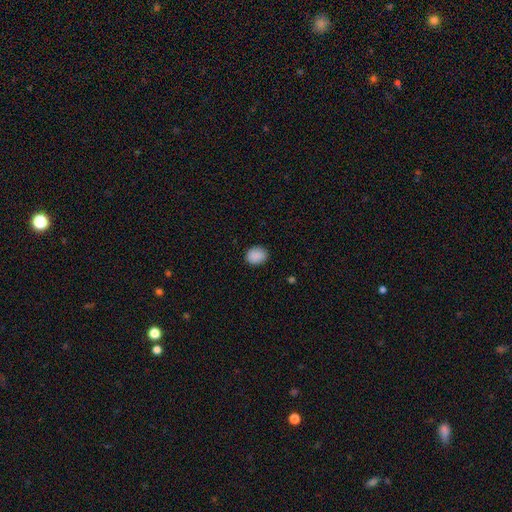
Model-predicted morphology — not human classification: Overall: smooth (90%). How rounded: in between (51%; round 48%). Merging: none (88%).